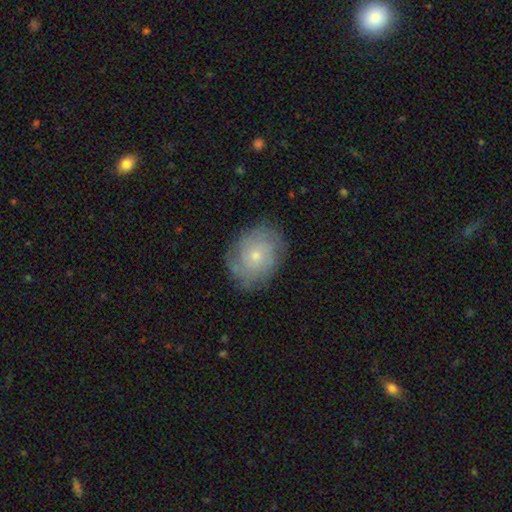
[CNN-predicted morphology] Smooth or featured? Predicted: featured or disk (p=0.59). Edge-on disk? Predicted: no (p=0.97). Bar? Predicted: no (p=0.82). Spiral arms? Predicted: yes (p=0.84). Bulge size? Predicted: small (p=0.62). Merging? Predicted: none (p=0.78).